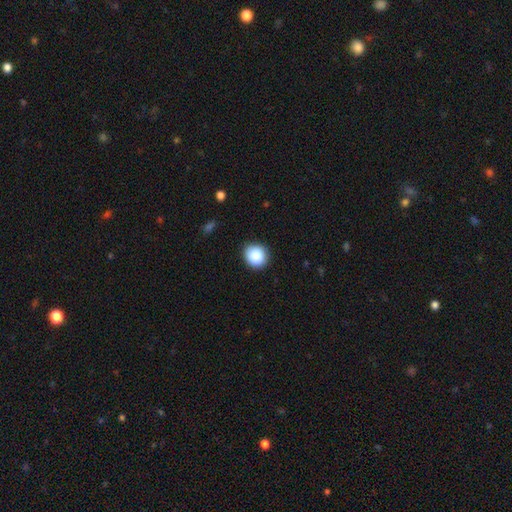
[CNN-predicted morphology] Q: Smooth or featured?
A: smooth (88%); runner-up: star or artifact (8%)
Q: How rounded?
A: round (83%); runner-up: in between (16%)
Q: Merging?
A: none (87%); runner-up: minor disturbance (10%)